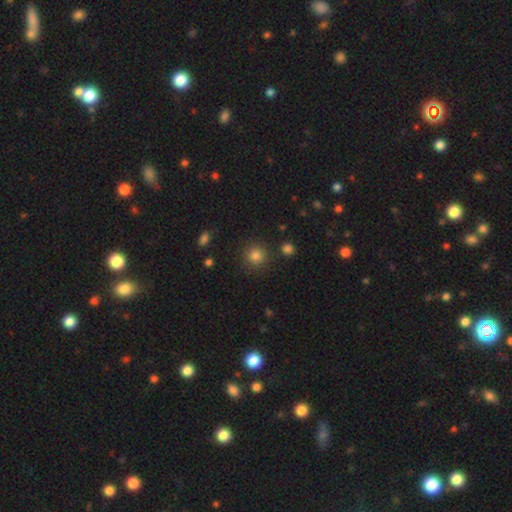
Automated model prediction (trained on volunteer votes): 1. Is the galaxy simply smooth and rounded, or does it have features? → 82% smooth, 12% star or artifact, 5% featured or disk.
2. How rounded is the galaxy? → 93% round, 6% in between, 1% cigar-shaped.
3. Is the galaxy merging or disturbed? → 87% none, 7% minor disturbance, 3% merger, 3% major disturbance.